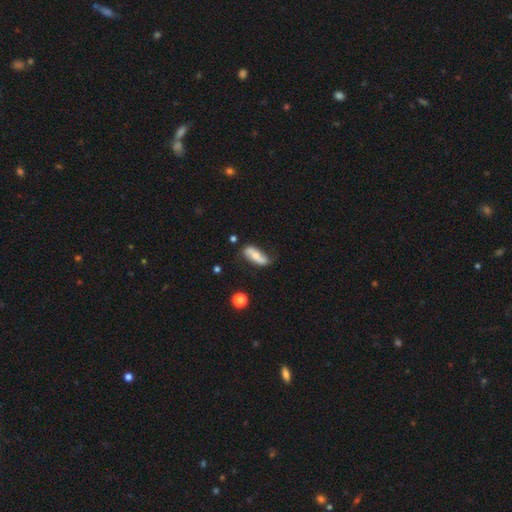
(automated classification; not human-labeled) smooth_or_featured: smooth (p=0.47) [alt: featured or disk p=0.46]
merging: none (p=0.63) [alt: minor disturbance p=0.26]